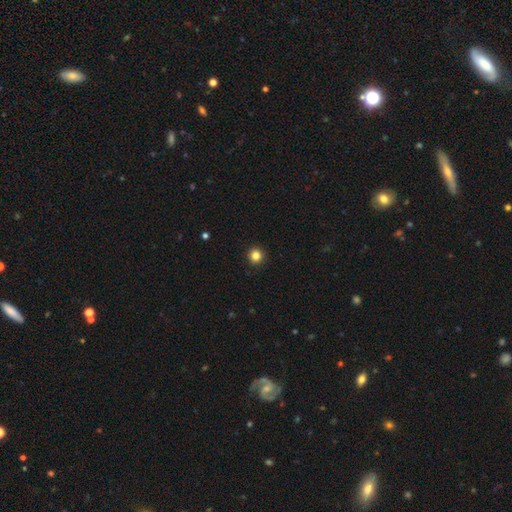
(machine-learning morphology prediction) A smooth galaxy with no disk features (84%) that is round (95%).

Vote fractions:
- Smooth or featured? smooth: 84% / star or artifact: 12% / featured or disk: 4%
- How rounded? round: 95% / in between: 4% / cigar-shaped: 1%
- Merging? none: 93% / minor disturbance: 4% / major disturbance: 1% / merger: 1%